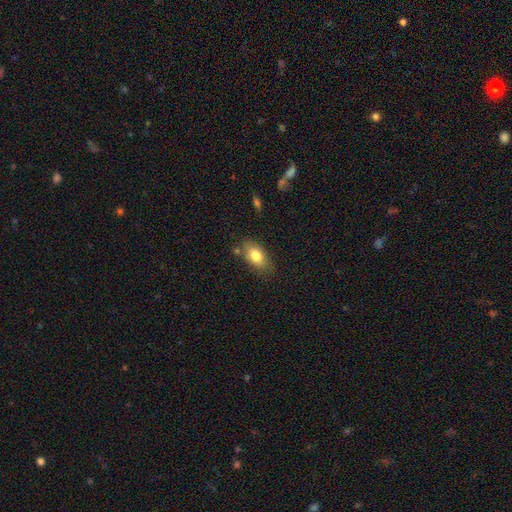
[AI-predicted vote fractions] Smooth or featured: smooth — 80% (featured or disk — 12%)
How rounded: in between — 89% (round — 8%)
Merging: none — 76% (minor disturbance — 16%)